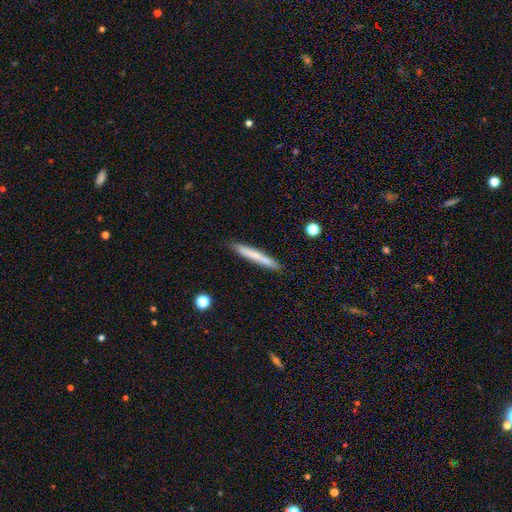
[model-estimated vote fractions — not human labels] The model was most divided on "smooth or featured": smooth: 68%, featured or disk: 26%, star or artifact: 6%. More confident: how rounded — cigar-shaped (96%); merging — none (87%).